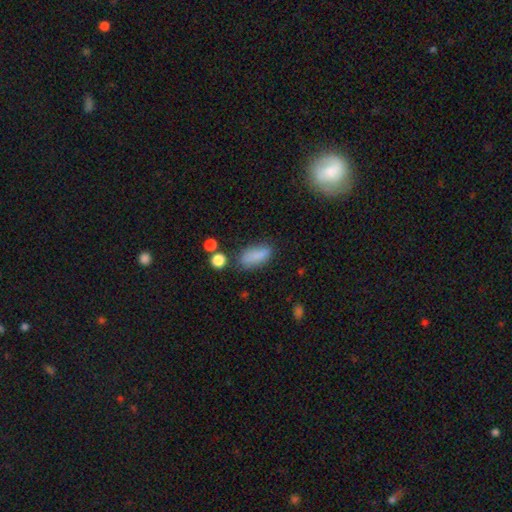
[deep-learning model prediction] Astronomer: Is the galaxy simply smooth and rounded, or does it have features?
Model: smooth — 81%.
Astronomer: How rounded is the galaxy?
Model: in between — 77%.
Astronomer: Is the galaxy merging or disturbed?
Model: none — 66%.